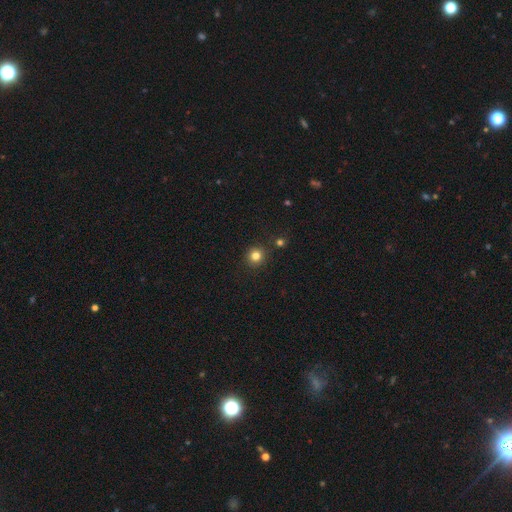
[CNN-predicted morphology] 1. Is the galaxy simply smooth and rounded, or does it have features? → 81% smooth, 14% star or artifact, 5% featured or disk.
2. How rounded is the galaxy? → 93% round, 6% in between, 1% cigar-shaped.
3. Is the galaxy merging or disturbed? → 88% none, 6% minor disturbance, 4% merger, 2% major disturbance.